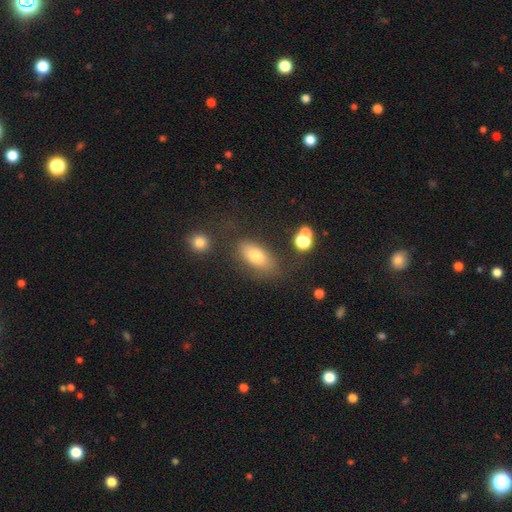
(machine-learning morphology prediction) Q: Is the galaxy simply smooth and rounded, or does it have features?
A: smooth — 75%.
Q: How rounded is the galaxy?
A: in between — 84%.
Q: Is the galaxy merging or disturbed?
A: none — 70%.